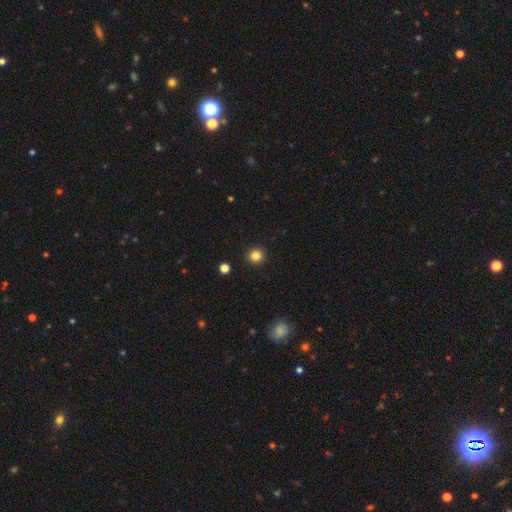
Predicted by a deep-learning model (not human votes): smooth 84%, star or artifact 12%, featured or disk 4%. Down the decision tree: how rounded — round (93%); merging — none (93%).